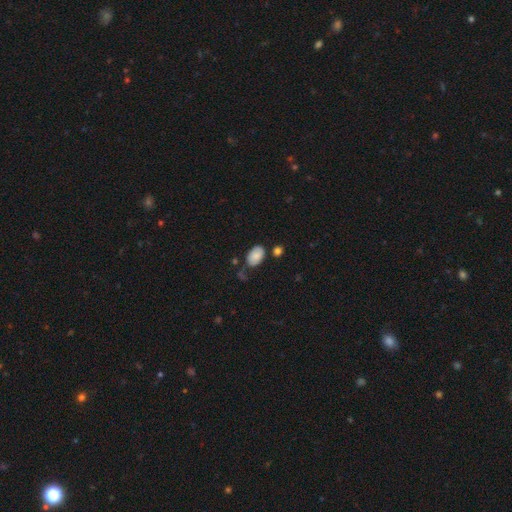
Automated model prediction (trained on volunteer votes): A smooth galaxy with no disk features (86%) that is in between round and cigar-shaped (92%).

Vote fractions:
- Smooth or featured? smooth: 86% / star or artifact: 7% / featured or disk: 7%
- How rounded? in between: 92% / round: 7% / cigar-shaped: 1%
- Merging? none: 67% / minor disturbance: 19% / merger: 9% / major disturbance: 5%